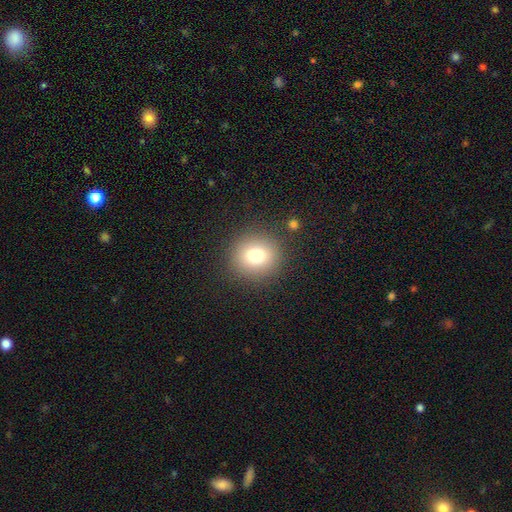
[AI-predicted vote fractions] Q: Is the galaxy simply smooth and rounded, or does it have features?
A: smooth — 77%.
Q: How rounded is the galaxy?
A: round — 89%.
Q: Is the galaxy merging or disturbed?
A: none — 88%.